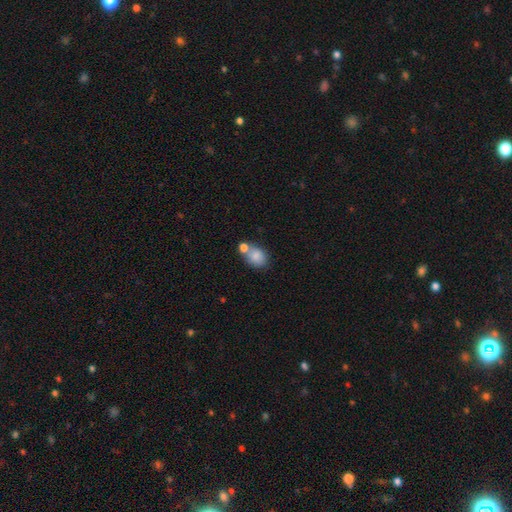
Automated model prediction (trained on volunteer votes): Smooth or featured? Predicted: smooth (p=0.81). How rounded? Predicted: in between (p=0.61). Merging? Predicted: none (p=0.45).